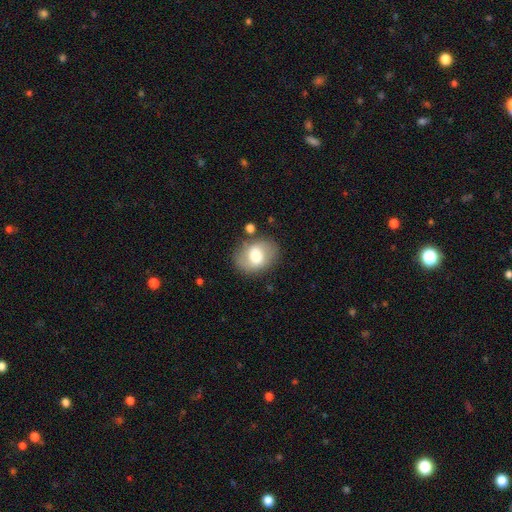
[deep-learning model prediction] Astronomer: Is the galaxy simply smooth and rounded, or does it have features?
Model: smooth — 54% (runner-up: featured or disk, 38%).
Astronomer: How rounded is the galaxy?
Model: in between — 63%.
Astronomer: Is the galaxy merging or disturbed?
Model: none — 77%.